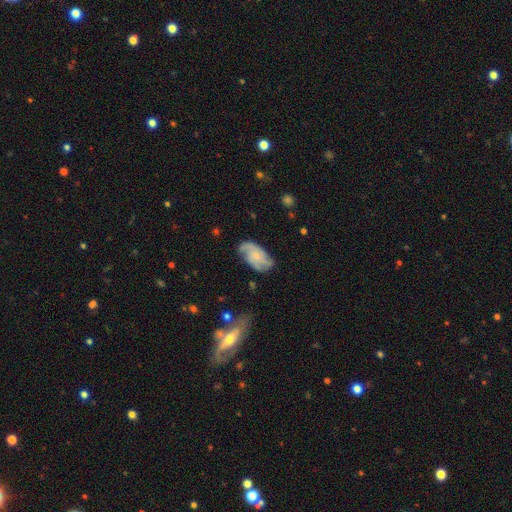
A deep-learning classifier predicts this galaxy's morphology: smooth-or-featured: featured or disk: 75% | smooth: 19% | star or artifact: 6%
  disk-edge-on: no: 97% | yes: 3%
    bar: no: 71% | weak: 25% | strong: 4%
    has-spiral-arms: yes: 95% | no: 5%
      spiral-winding: medium: 46% | tight: 34% | loose: 21%
      spiral-arm-count: 3: 36% | 2: 35% | can't tell: 15% | 4: 6% | 1: 4% | more than 4: 4%
    bulge-size: small: 64% | moderate: 22% | none: 12% | large: 2% | dominant: 1%
  merging: none: 67% | minor disturbance: 23% | major disturbance: 8% | merger: 2%